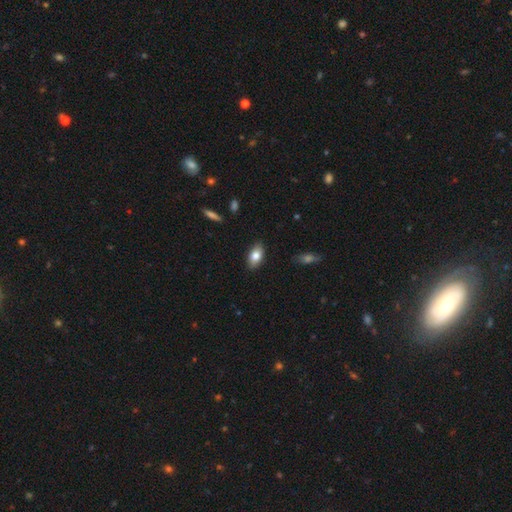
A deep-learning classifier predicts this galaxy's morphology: smooth-or-featured: smooth: 79% | featured or disk: 14% | star or artifact: 7%
  how-rounded: in between: 91% | cigar-shaped: 5% | round: 4%
  merging: none: 87% | minor disturbance: 10% | major disturbance: 2% | merger: 1%